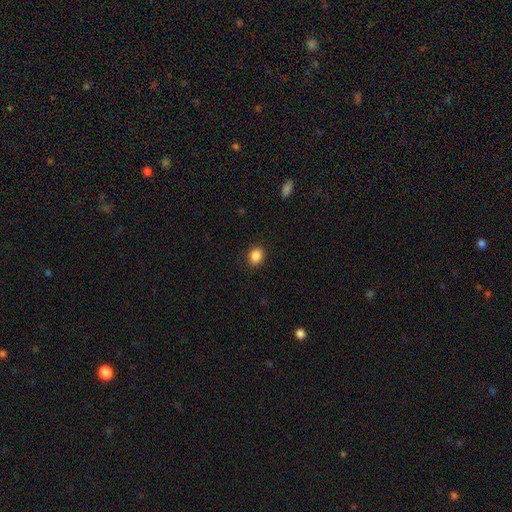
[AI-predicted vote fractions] Smooth or featured: smooth — 88% (star or artifact — 9%)
How rounded: round — 59% (in between — 40%)
Merging: none — 90% (minor disturbance — 7%)